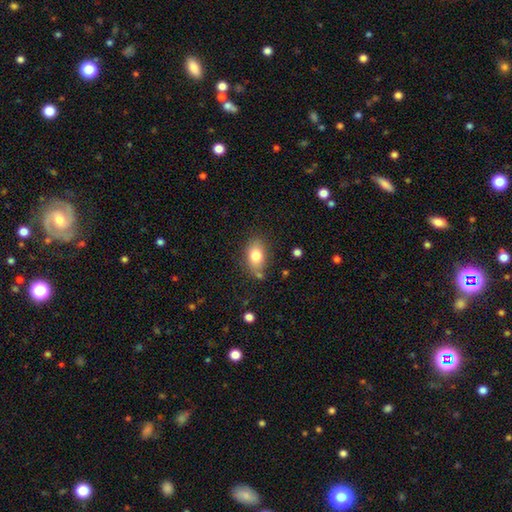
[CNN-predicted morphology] smooth 80%, featured or disk 12%, star or artifact 9%. Down the decision tree: how rounded — in between (81%); merging — none (73%).